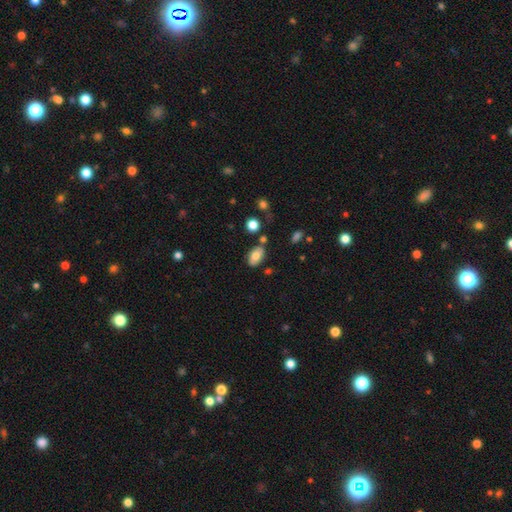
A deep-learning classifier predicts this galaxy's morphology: smooth-or-featured: smooth: 76% | featured or disk: 16% | star or artifact: 8%
  how-rounded: in between: 90% | round: 8% | cigar-shaped: 2%
  merging: none: 76% | minor disturbance: 14% | merger: 7% | major disturbance: 3%